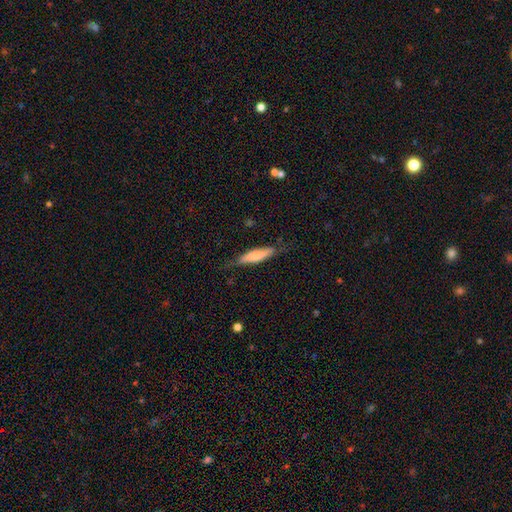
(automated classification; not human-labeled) Morphology: type=smooth (69%); roundness=cigar-shaped (76%); merging=none (69%).